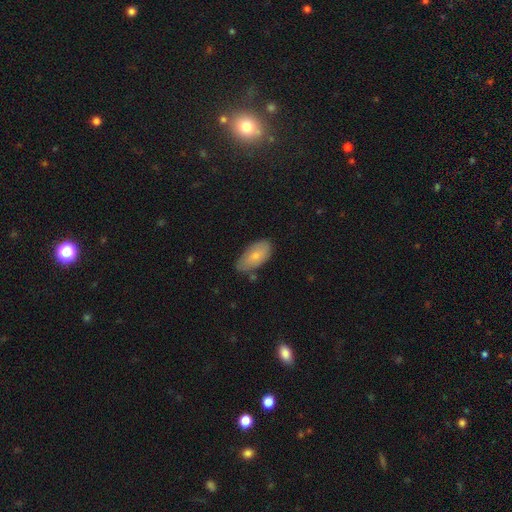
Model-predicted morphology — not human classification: smooth 76%, featured or disk 18%, star or artifact 6%. Down the decision tree: how rounded — in between (94%); merging — none (67%).